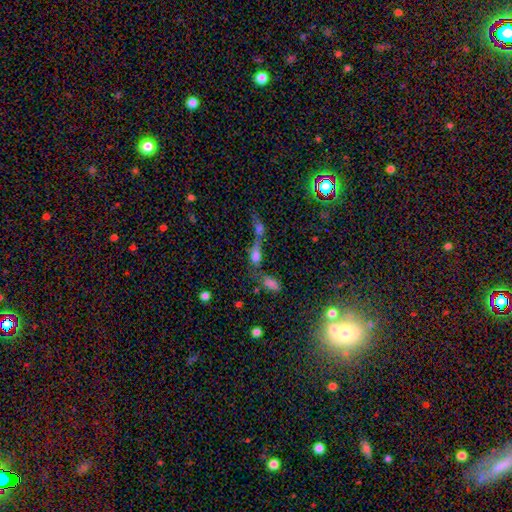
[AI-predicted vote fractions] Smooth or featured: smooth — 64% (featured or disk — 19%)
How rounded: in between — 65% (cigar-shaped — 22%)
Merging: merger — 58% (none — 23%)